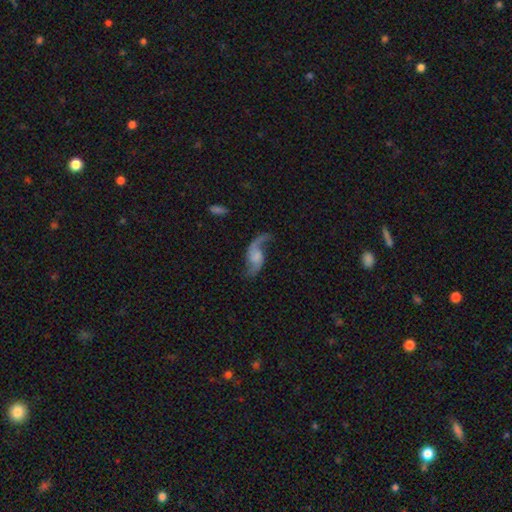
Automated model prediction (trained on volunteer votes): A featured or disk galaxy (83%) with no bar (54%), 2 (85%) loose (84%) spiral arms (95%) and no central bulge (45%). Merging: none (60%).